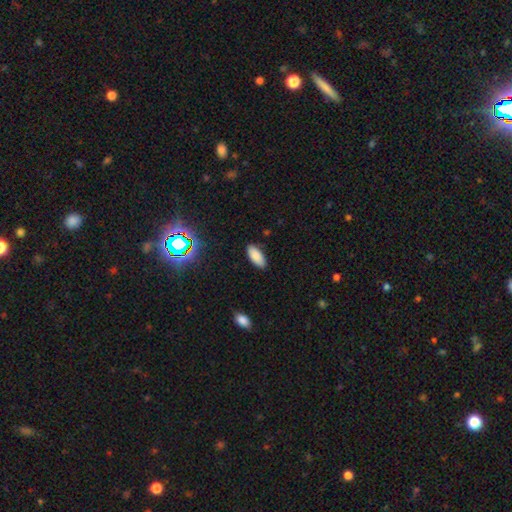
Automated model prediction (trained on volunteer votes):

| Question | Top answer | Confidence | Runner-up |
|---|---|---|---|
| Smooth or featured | smooth | 85% | star or artifact (10%) |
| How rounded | in between | 88% | cigar-shaped (10%) |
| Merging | none | 87% | minor disturbance (10%) |